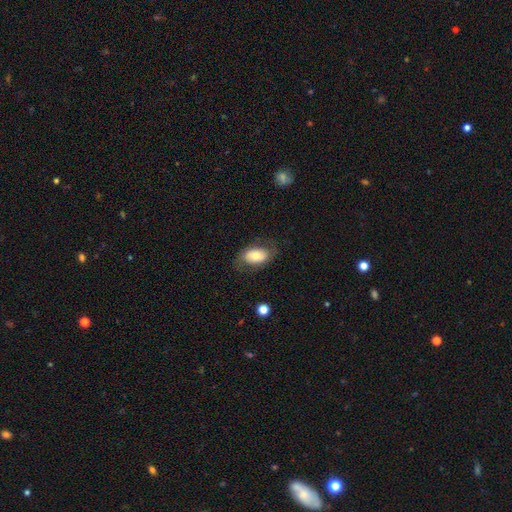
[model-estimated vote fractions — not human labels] This appears to be a smooth galaxy with no disk features (65%) that is in between round and cigar-shaped (90%). Merging: none (72%).